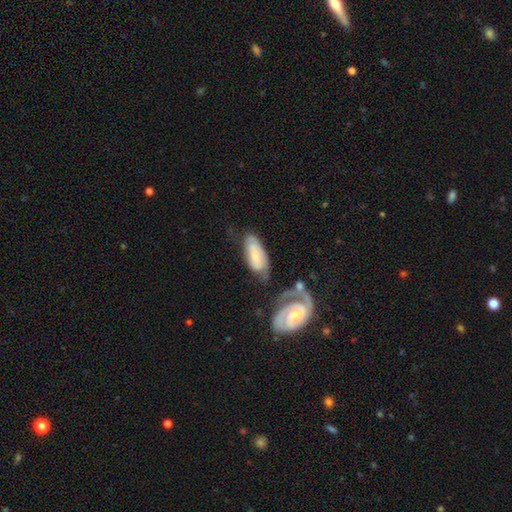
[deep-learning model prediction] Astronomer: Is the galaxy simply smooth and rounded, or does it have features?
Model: smooth — 48% (runner-up: featured or disk, 46%).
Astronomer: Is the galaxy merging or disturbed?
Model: none — 47% (runner-up: minor disturbance, 25%).